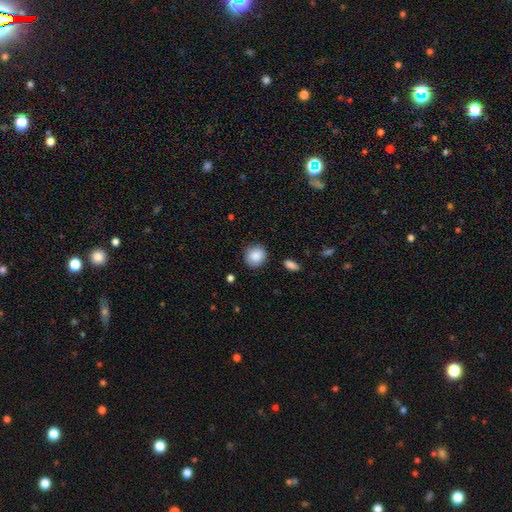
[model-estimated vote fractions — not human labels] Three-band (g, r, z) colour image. It shows a smooth galaxy with no disk features (87%) that is round (81%). Merging: none (85%).